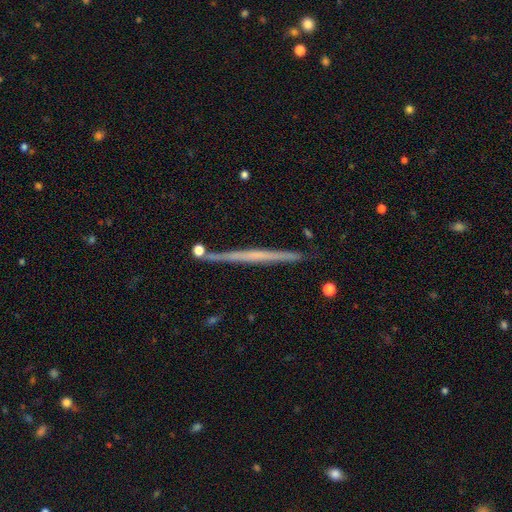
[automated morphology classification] A featured or disk galaxy (63%) viewed edge-on (98%) with no central bulge (86%). Merging: none (88%).